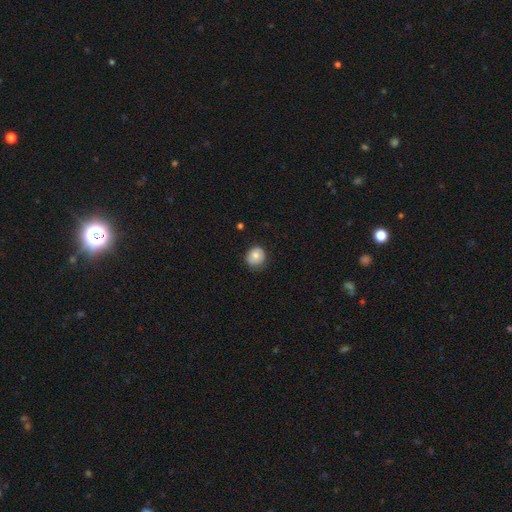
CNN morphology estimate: Smooth or featured?
  - smooth: 77% *
  - featured or disk: 15%
  - star or artifact: 8%
How rounded?
  - round: 86% *
  - in between: 13%
  - cigar-shaped: 1%
Merging?
  - none: 80% *
  - minor disturbance: 15%
  - major disturbance: 3%
  - merger: 1%